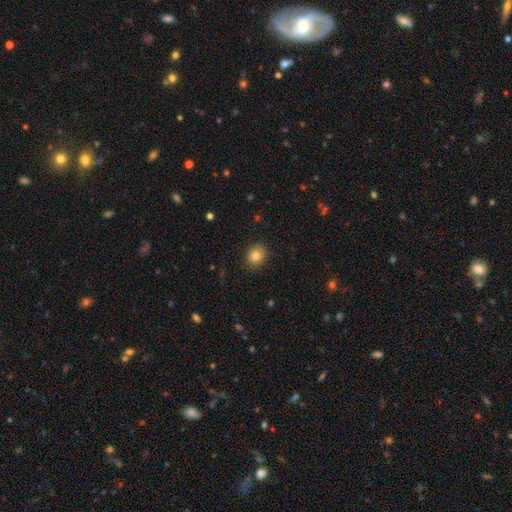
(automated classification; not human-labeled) Smooth or featured: smooth — 82% (star or artifact — 10%)
How rounded: round — 68% (in between — 32%)
Merging: none — 87% (minor disturbance — 9%)